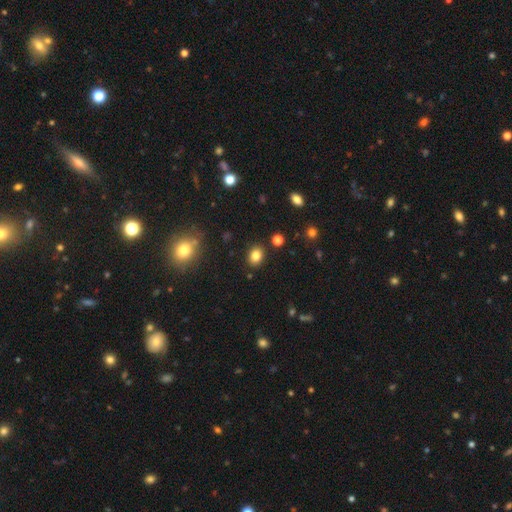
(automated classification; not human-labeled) Smooth or featured: smooth — 82% (star or artifact — 12%)
How rounded: round — 50% (in between — 49%)
Merging: none — 87% (minor disturbance — 8%)